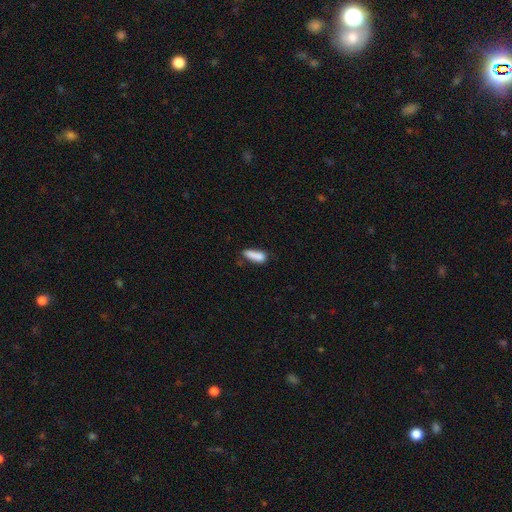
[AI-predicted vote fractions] This is clearly a smooth galaxy (83%). How rounded: possibly in between (50%). Merging: possibly none (56%).